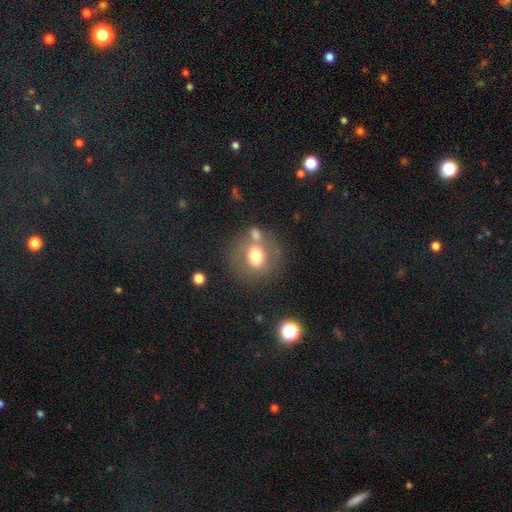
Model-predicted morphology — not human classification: A smooth galaxy with no disk features (66%) that is round (72%). Merging: none (59%).